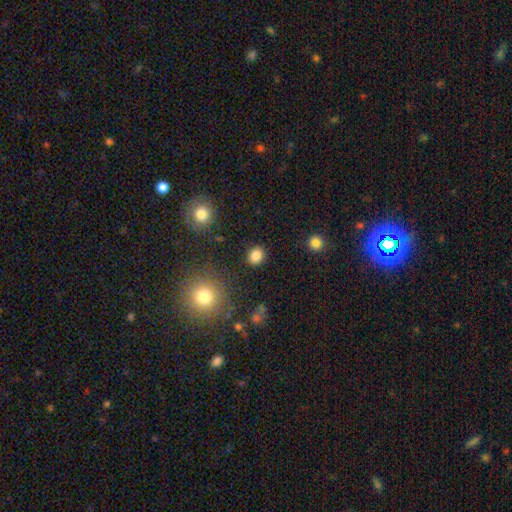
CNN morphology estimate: Overall: smooth (84%). How rounded: round (67%; in between 32%). Merging: none (88%).